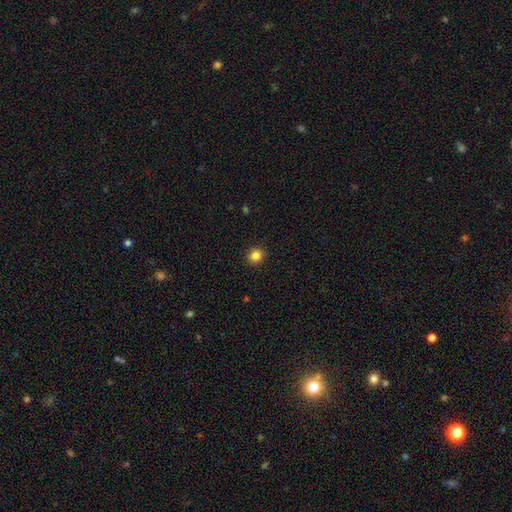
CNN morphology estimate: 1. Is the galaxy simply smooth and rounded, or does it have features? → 84% smooth, 11% star or artifact, 4% featured or disk.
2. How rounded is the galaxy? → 89% round, 10% in between, 1% cigar-shaped.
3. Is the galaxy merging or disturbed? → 92% none, 5% minor disturbance, 2% major disturbance, 1% merger.